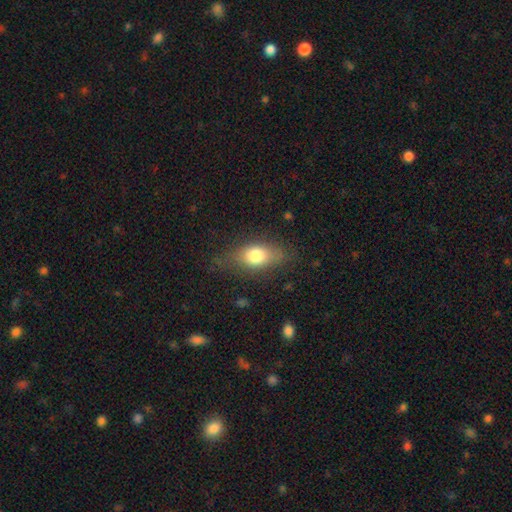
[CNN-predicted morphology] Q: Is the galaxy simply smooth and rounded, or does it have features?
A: smooth — 75%.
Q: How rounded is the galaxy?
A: in between — 79%.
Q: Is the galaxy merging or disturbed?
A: none — 68%.